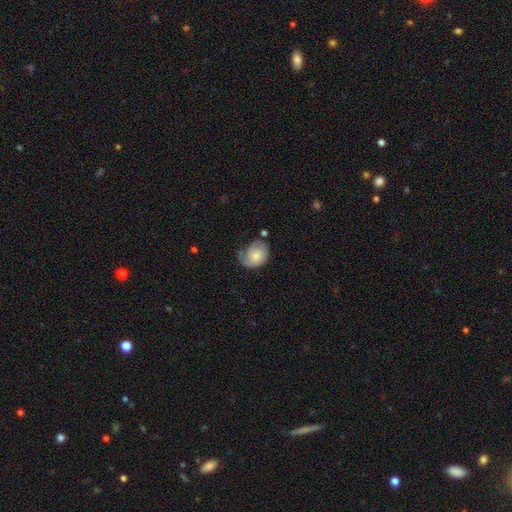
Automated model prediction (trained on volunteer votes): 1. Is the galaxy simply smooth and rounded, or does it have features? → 56% smooth, 37% featured or disk, 7% star or artifact.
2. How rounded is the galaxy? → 50% in between, 49% round, 1% cigar-shaped.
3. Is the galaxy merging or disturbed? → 40% none, 35% minor disturbance, 22% major disturbance, 4% merger.